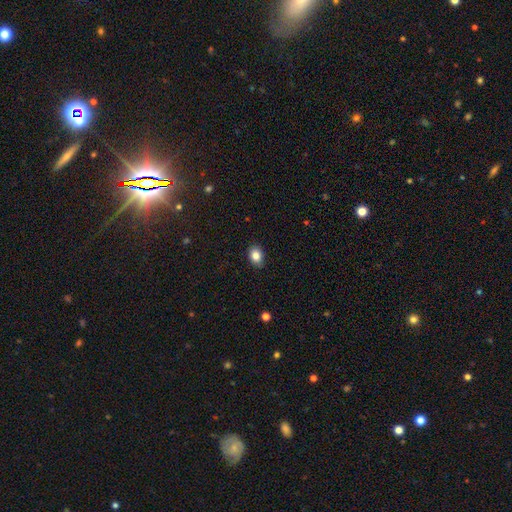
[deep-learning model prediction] Overall: smooth (85%). How rounded: in between (71%). Merging: none (87%).